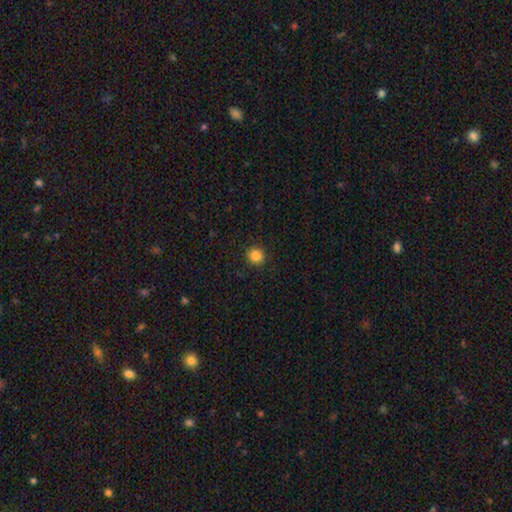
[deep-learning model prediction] A smooth galaxy with no disk features (86%) that is round (88%).

Vote fractions:
- Smooth or featured? smooth: 86% / star or artifact: 11% / featured or disk: 3%
- How rounded? round: 88% / in between: 11% / cigar-shaped: 1%
- Merging? none: 91% / minor disturbance: 6% / major disturbance: 2% / merger: 1%